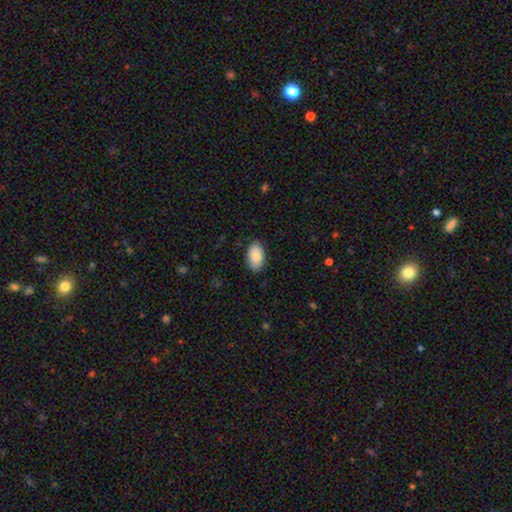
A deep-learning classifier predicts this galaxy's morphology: smooth-or-featured: smooth: 84% | featured or disk: 10% | star or artifact: 6%
  how-rounded: in between: 94% | round: 5% | cigar-shaped: 1%
  merging: none: 83% | minor disturbance: 14% | major disturbance: 3% | merger: 1%